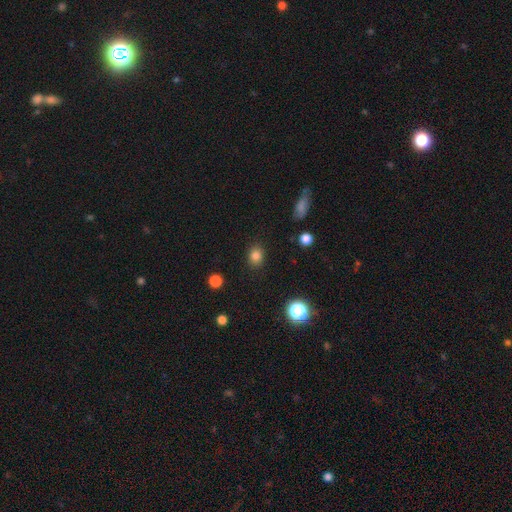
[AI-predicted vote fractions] Smooth or featured? Predicted: smooth (p=0.83). How rounded? Predicted: round (p=0.56). Merging? Predicted: none (p=0.88).